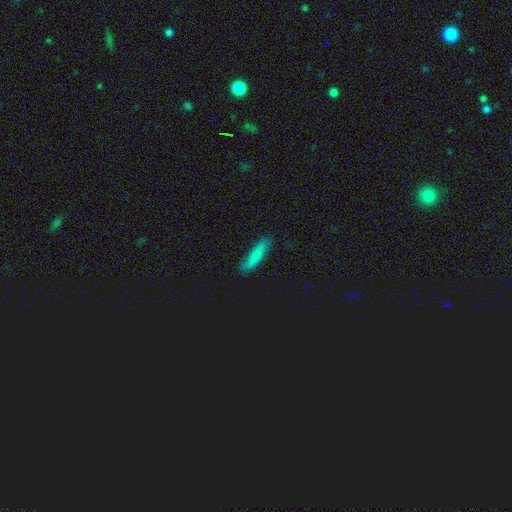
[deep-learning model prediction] This appears to be a smooth galaxy with no disk features (77%) that is cigar-shaped (81%). Merging: none (79%).